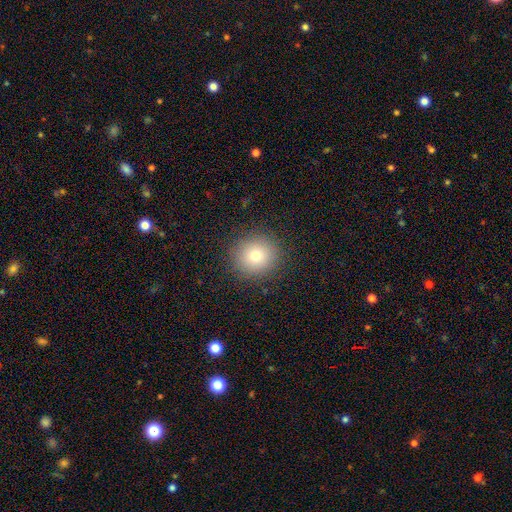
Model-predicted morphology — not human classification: The model was most divided on "smooth or featured": smooth: 78%, star or artifact: 12%, featured or disk: 10%. More confident: merging — none (90%); how rounded — round (90%).